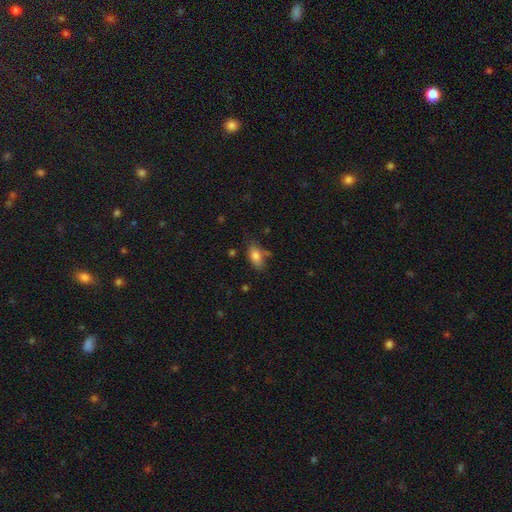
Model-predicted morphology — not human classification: This is clearly a smooth galaxy (80%). How rounded: clearly in between (88%). Merging: likely none (65%).